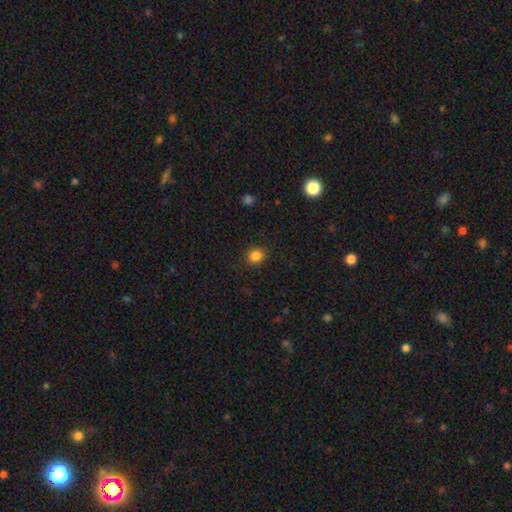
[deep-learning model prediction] Morphology: type=smooth (85%); roundness=round (82%); merging=none (89%).